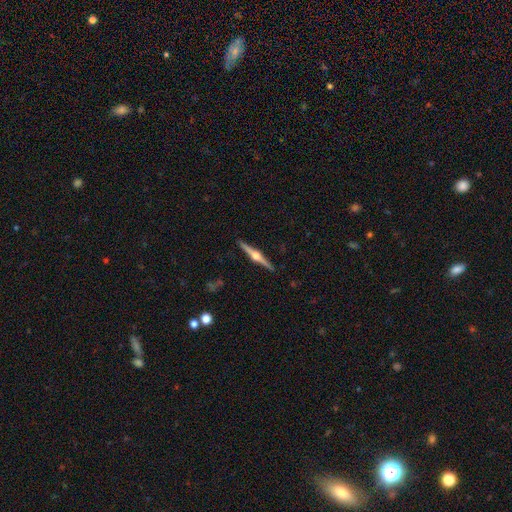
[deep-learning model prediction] featured or disk 85%, smooth 10%, star or artifact 5%. Down the decision tree: edge-on disk — yes (99%); edge-on bulge — rounded (96%); merging — none (92%).